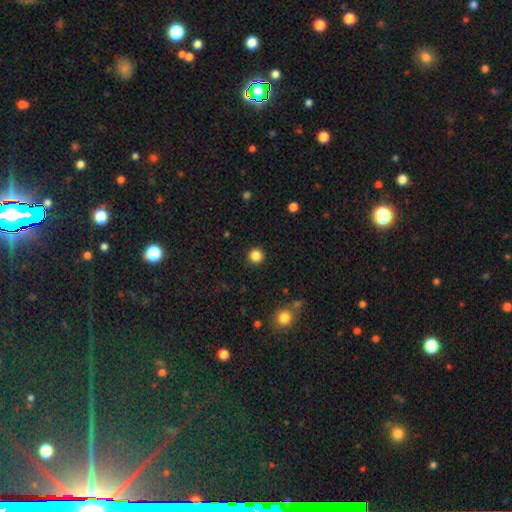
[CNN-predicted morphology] A smooth galaxy with no disk features (86%) that is round (95%). Merging: none (92%).